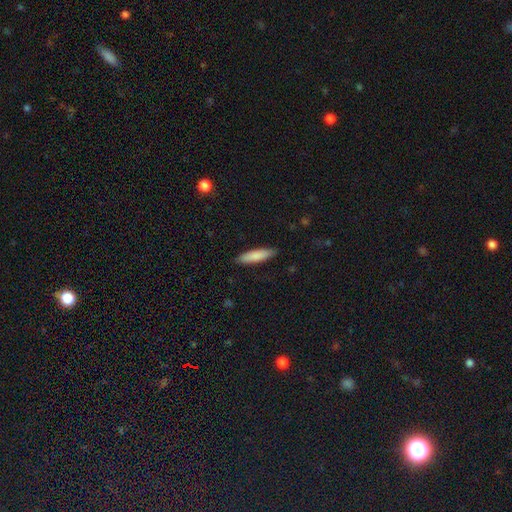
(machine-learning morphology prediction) Smooth or featured?
  - smooth: 84% *
  - featured or disk: 11%
  - star or artifact: 5%
How rounded?
  - cigar-shaped: 75% *
  - in between: 23%
  - round: 1%
Merging?
  - none: 88% *
  - minor disturbance: 9%
  - major disturbance: 2%
  - merger: 1%